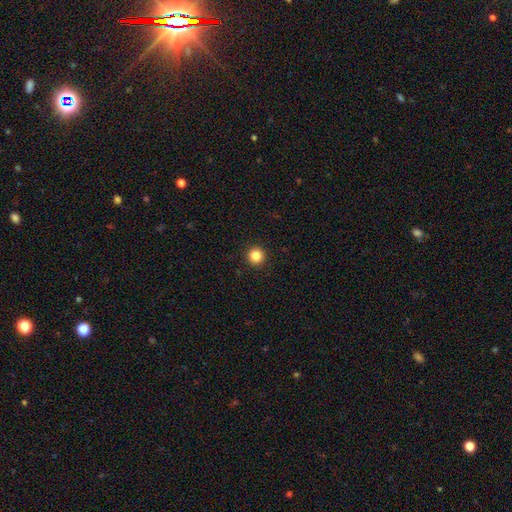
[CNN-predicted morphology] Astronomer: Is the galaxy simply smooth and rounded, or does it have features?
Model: smooth — 84%.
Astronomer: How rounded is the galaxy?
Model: round — 96%.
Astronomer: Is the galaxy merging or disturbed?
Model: none — 94%.